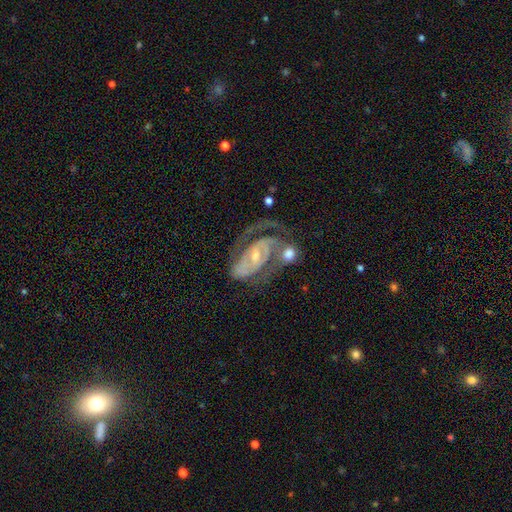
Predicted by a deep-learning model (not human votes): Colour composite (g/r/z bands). It shows a featured or disk galaxy (88%) with a weak bar (42%), 2 (73%) tight (50%) spiral arms (95%) and a small central bulge (62%). Merging: none (43%).